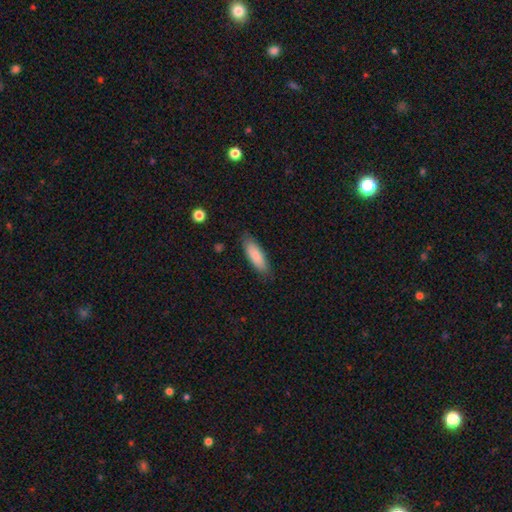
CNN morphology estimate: Smooth or featured? Predicted: smooth (p=0.85). How rounded? Predicted: in between (p=0.56). Merging? Predicted: none (p=0.82).